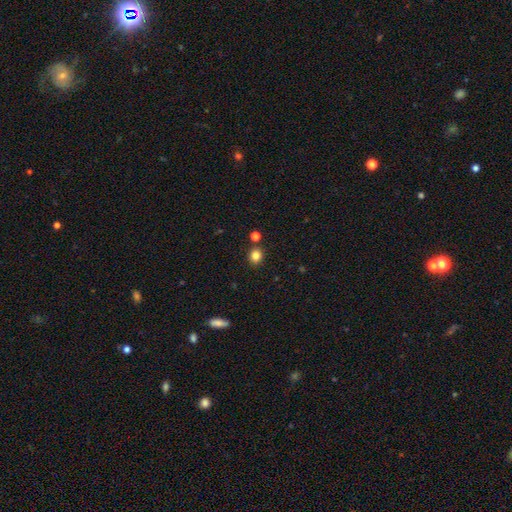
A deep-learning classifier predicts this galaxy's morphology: This appears to be a smooth galaxy with no disk features (82%) that is round (76%). Merging: none (85%).